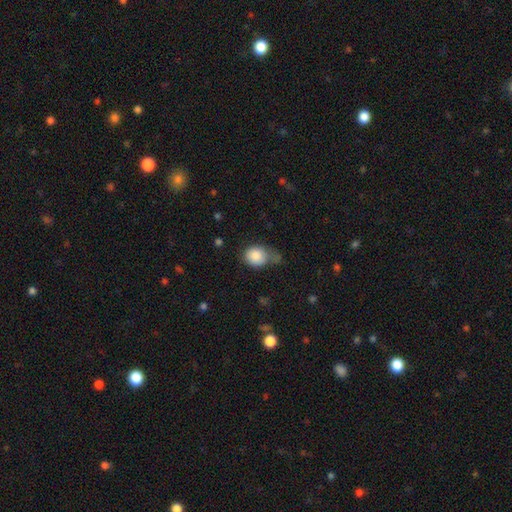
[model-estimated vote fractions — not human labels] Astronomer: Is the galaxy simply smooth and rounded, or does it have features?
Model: smooth — 85%.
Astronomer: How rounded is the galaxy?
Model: round — 58% (runner-up: in between, 41%).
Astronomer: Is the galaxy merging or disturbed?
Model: none — 40% (runner-up: minor disturbance, 35%).